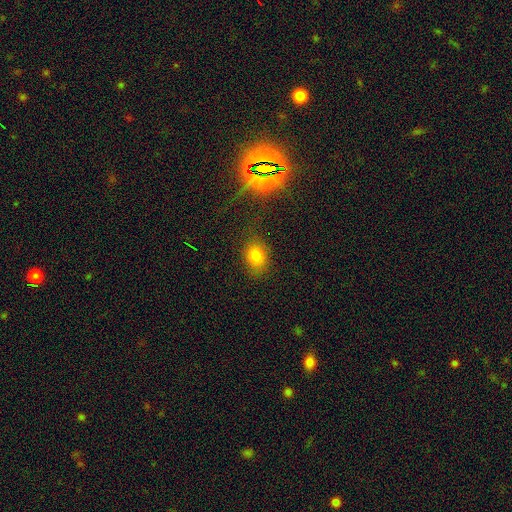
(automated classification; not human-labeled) Morphology: type=smooth (77%); roundness=in between (62%); merging=none (78%).